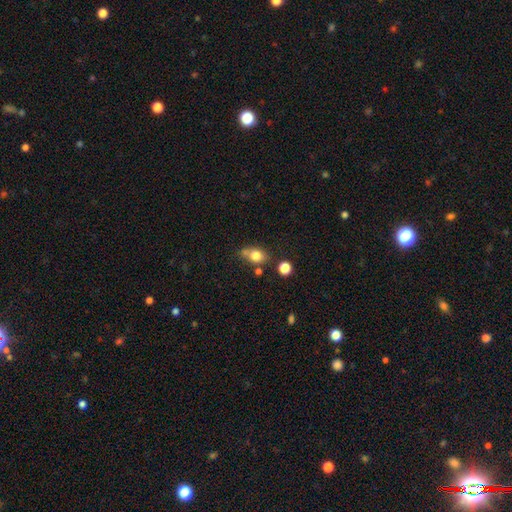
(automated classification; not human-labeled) Smooth or featured? smooth (78%)
How rounded? in between (59%)
Merging? none (53%)